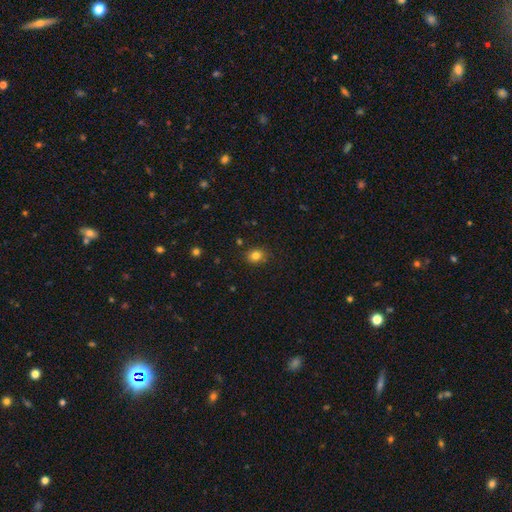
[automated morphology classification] Smooth or featured? Predicted: smooth (p=0.81). How rounded? Predicted: round (p=0.61). Merging? Predicted: none (p=0.85).